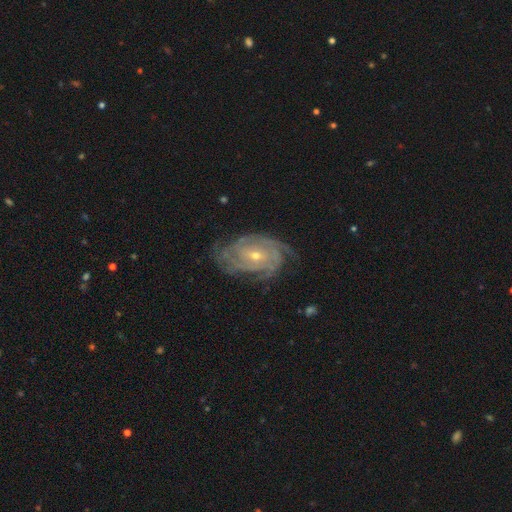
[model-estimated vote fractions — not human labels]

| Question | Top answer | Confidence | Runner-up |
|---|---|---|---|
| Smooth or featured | featured or disk | 89% | smooth (5%) |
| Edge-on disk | no | 97% | yes (3%) |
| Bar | no | 53% | weak (36%) |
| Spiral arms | yes | 97% | no (3%) |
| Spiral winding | tight | 71% | medium (24%) |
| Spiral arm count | can't tell | 25% | 3 (24%) |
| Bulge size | small | 58% | moderate (40%) |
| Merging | none | 71% | minor disturbance (20%) |